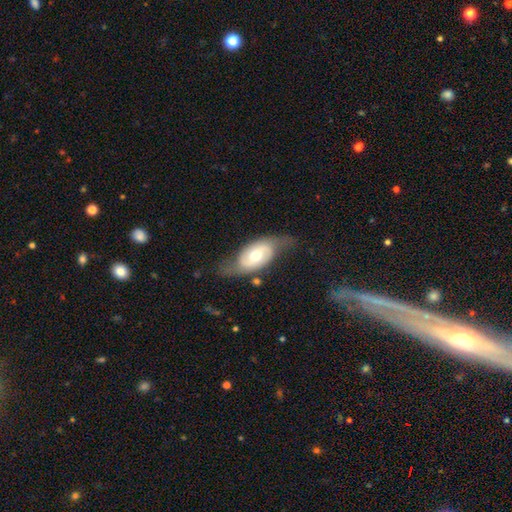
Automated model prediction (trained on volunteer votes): Overall: featured or disk (63%; smooth 31%). Edge-on disk: no (91%). Bar: no (56%; weak 33%). Spiral arms: yes (79%). Bulge size: moderate (64%; small 27%). Merging: none (55%; minor disturbance 27%).